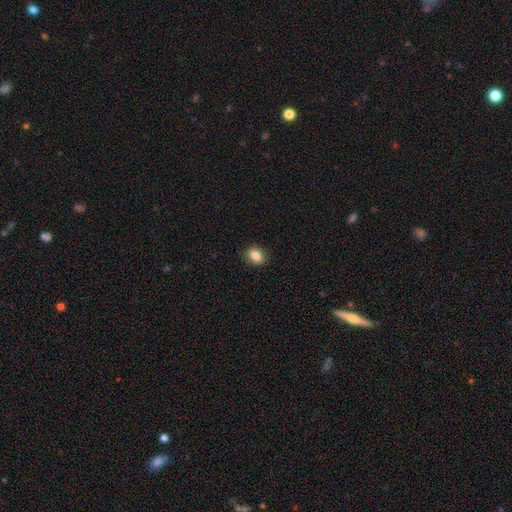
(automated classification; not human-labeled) smooth_or_featured: smooth (p=0.84) [alt: star or artifact p=0.09]
how_rounded: in between (p=0.62) [alt: round p=0.37]
merging: none (p=0.89) [alt: minor disturbance p=0.09]